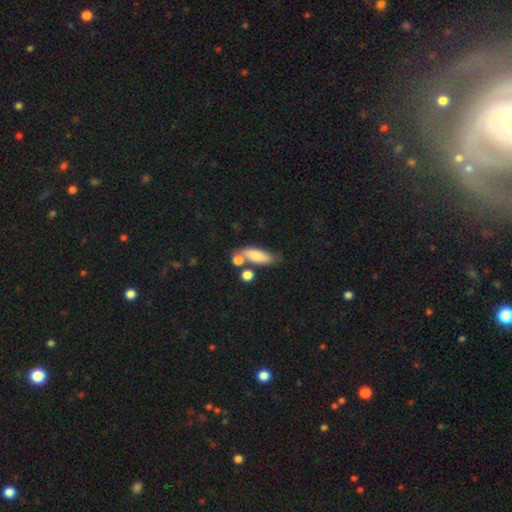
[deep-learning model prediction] Smooth or featured: smooth — 80% (featured or disk — 13%)
How rounded: in between — 70% (cigar-shaped — 25%)
Merging: none — 50% (merger — 26%)